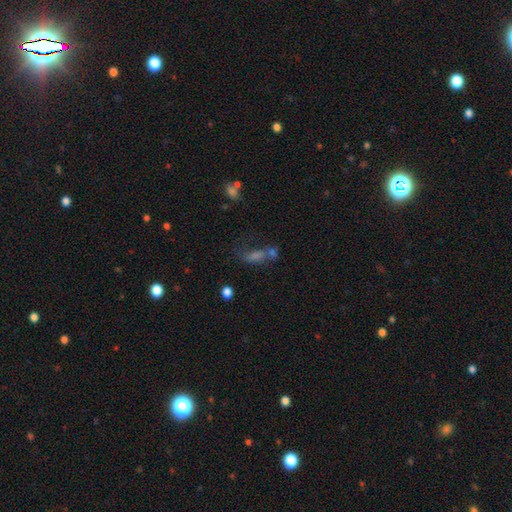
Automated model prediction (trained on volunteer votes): This is possibly a smooth galaxy (50%). How rounded: likely in between (64%). Merging: marginally none (37%).